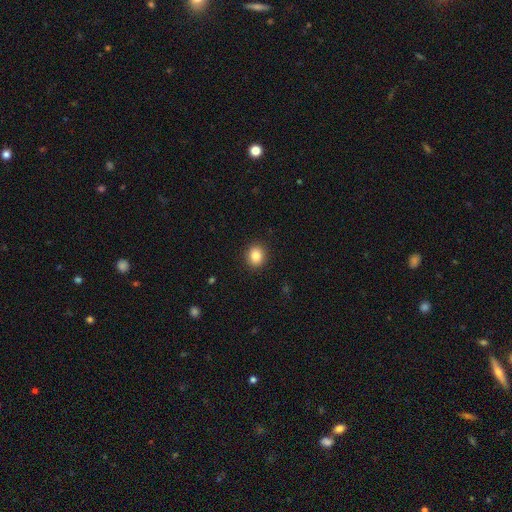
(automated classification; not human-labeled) This appears to be a smooth galaxy with no disk features (85%) that is round (70%). Merging: none (91%).